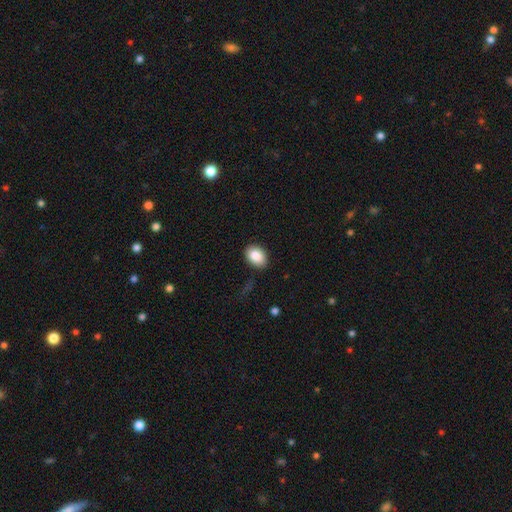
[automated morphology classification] Smooth or featured: smooth — 87% (star or artifact — 7%)
How rounded: in between — 77% (round — 22%)
Merging: none — 86% (minor disturbance — 10%)